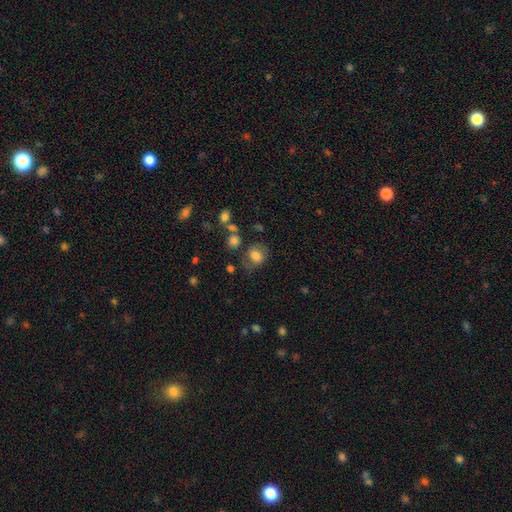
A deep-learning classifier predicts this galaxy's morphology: This is likely a smooth galaxy (75%). How rounded: possibly round (57%). Merging: likely none (63%).